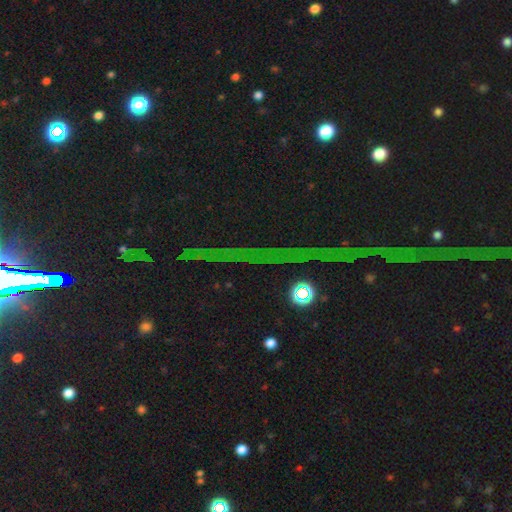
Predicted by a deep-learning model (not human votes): Smooth or featured? Predicted: star or artifact (p=0.80).